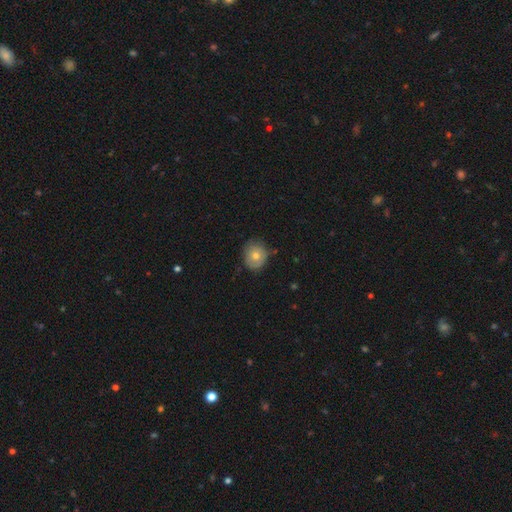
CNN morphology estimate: This appears to be a smooth galaxy with no disk features (67%) that is round (75%). Merging: none (73%).